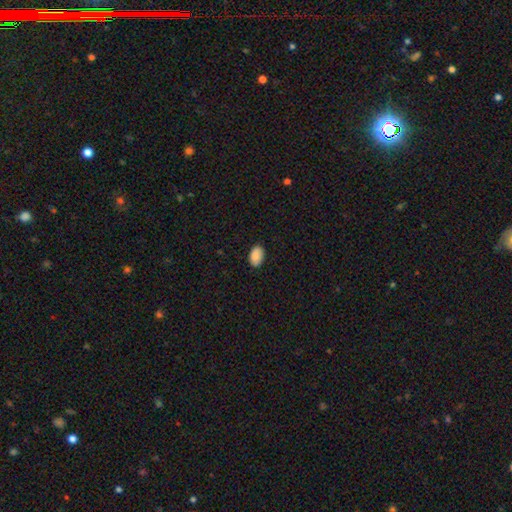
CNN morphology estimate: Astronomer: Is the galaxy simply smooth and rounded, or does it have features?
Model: smooth — 87%.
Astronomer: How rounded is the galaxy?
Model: in between — 88%.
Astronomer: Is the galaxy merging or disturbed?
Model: none — 85%.